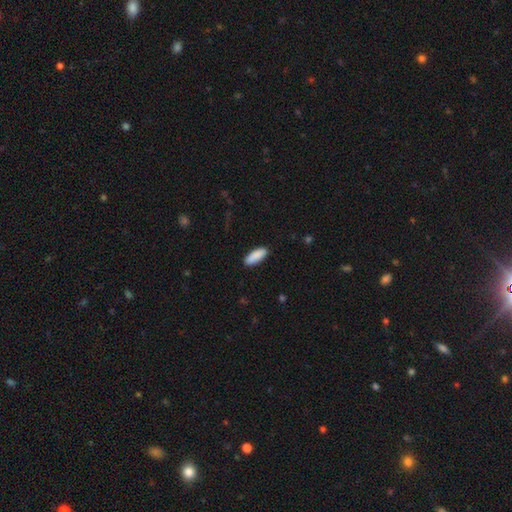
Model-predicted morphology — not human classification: Smooth or featured? smooth (90%)
How rounded? in between (72%)
Merging? none (89%)